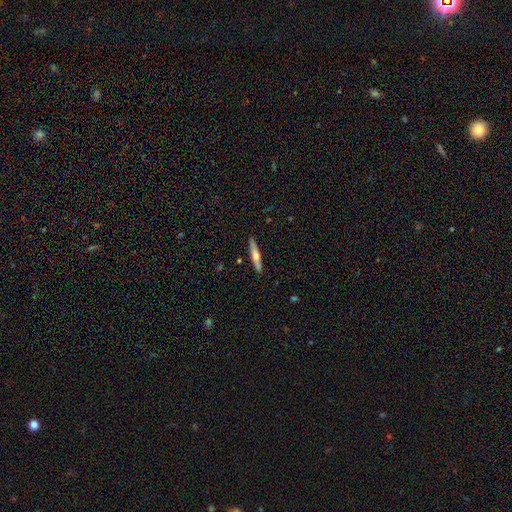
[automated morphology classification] Smooth or featured? Predicted: smooth (p=0.48). Merging? Predicted: none (p=0.90).